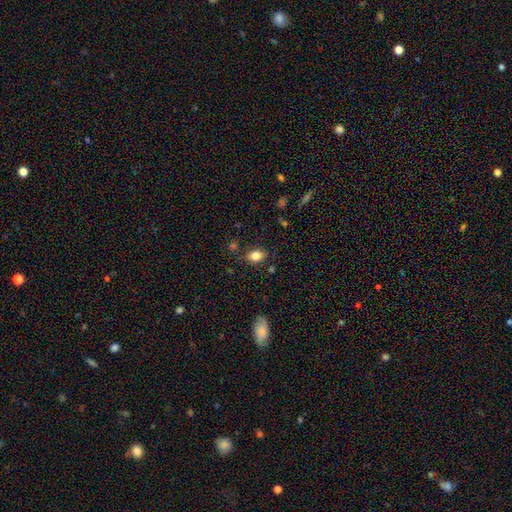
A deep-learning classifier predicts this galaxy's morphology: Smooth or featured? Predicted: smooth (p=0.83). How rounded? Predicted: in between (p=0.78). Merging? Predicted: none (p=0.80).